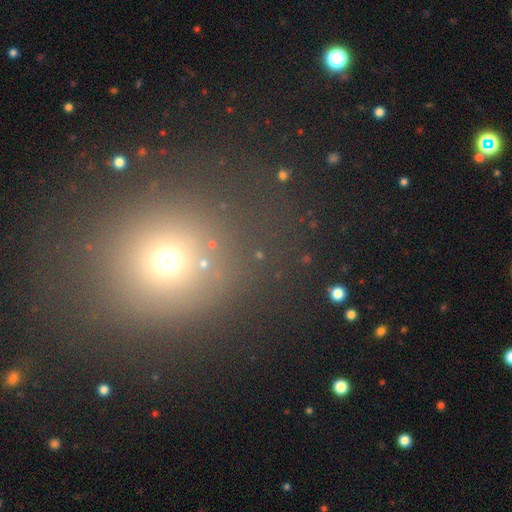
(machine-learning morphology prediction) A smooth galaxy with no disk features (56%) that is round (83%). Merging: none (81%).